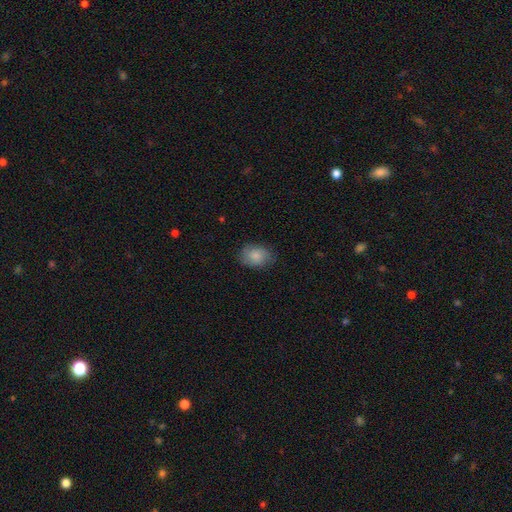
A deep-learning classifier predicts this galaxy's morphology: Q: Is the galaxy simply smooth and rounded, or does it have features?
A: smooth — 82%.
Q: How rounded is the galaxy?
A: in between — 64%.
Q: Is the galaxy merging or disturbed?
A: none — 76%.